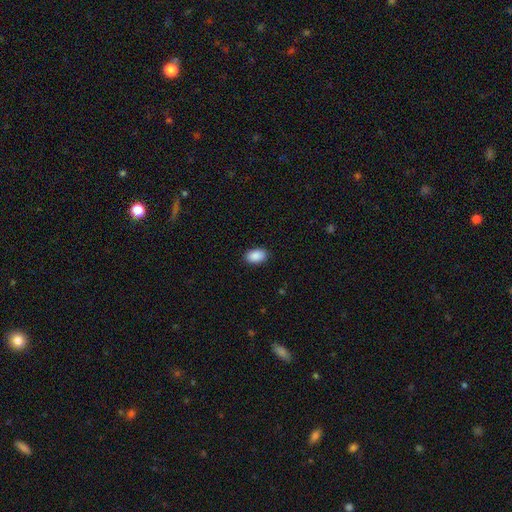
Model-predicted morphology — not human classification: Smooth or featured? smooth (91%)
How rounded? in between (91%)
Merging? none (89%)